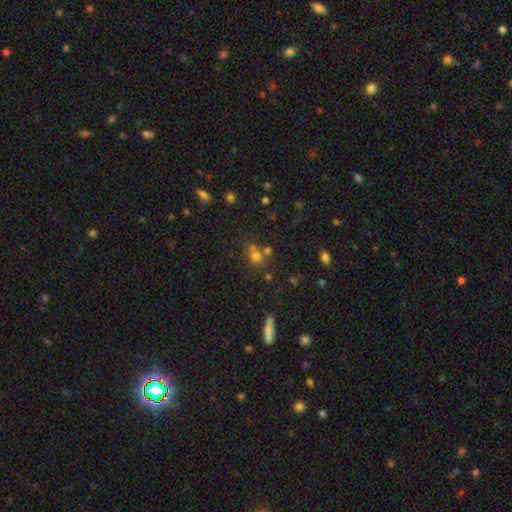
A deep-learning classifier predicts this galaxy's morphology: This is likely a smooth galaxy (61%). How rounded: likely round (71%). Merging: possibly none (52%).